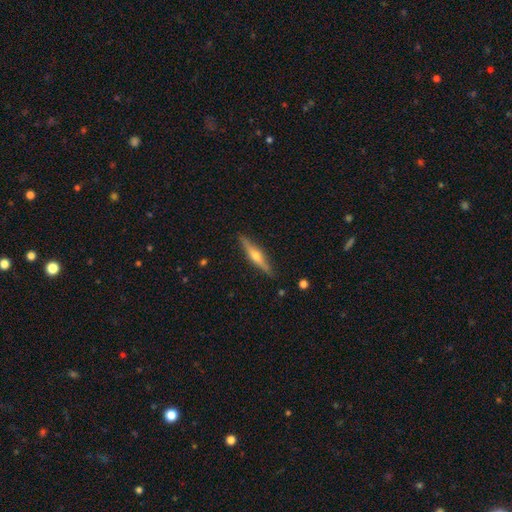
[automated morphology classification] featured or disk 71%, smooth 24%, star or artifact 6%. Down the decision tree: edge-on disk — yes (97%); edge-on bulge — rounded (91%); merging — none (89%).